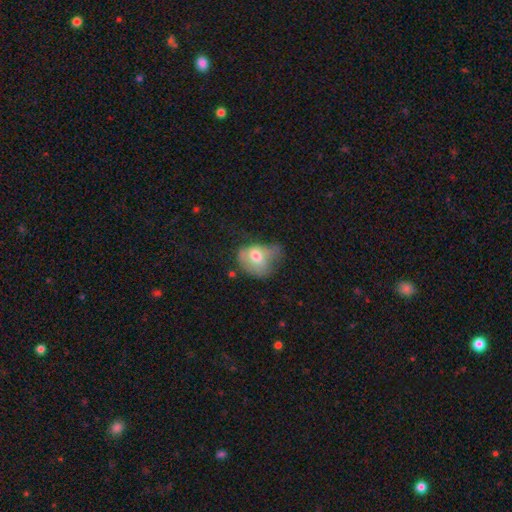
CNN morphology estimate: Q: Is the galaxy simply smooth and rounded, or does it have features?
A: smooth — 62%.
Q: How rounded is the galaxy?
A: in between — 64%.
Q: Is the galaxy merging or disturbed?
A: major disturbance — 39%.